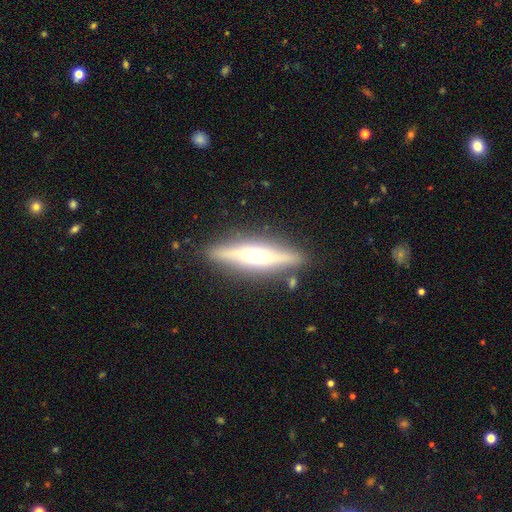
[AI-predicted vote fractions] This appears to be a featured or disk galaxy (62%) viewed edge-on (92%) with a rounded central bulge (84%). Merging: none (86%).